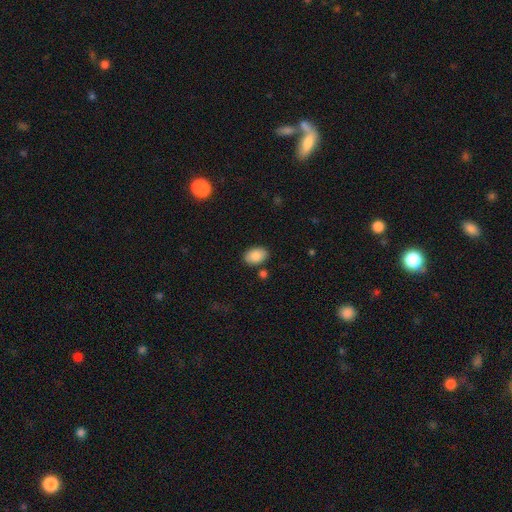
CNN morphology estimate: Smooth or featured? Predicted: smooth (p=0.85). How rounded? Predicted: in between (p=0.88). Merging? Predicted: none (p=0.84).